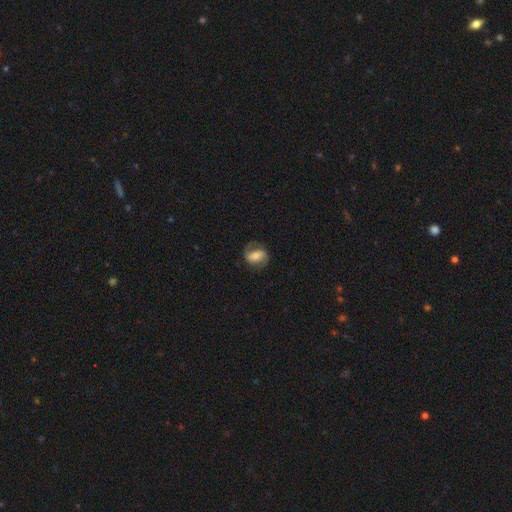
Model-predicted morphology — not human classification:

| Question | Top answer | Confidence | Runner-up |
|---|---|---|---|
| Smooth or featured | featured or disk | 58% | smooth (34%) |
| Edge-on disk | no | 96% | yes (4%) |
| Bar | weak | 36% | strong (34%) |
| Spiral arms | yes | 86% | no (14%) |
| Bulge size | moderate | 54% | small (31%) |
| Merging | none | 70% | minor disturbance (18%) |